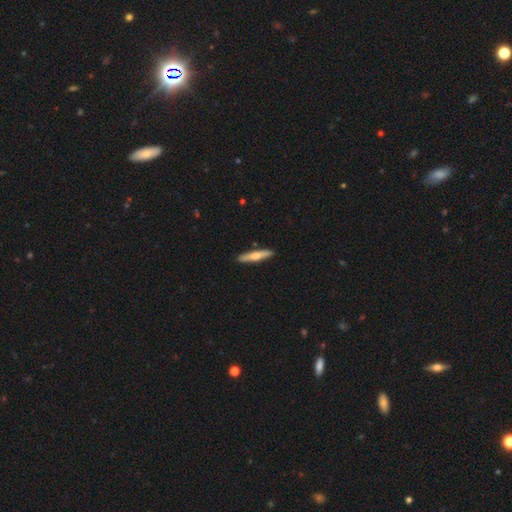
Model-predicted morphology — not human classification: A smooth galaxy with no disk features (53%) that is cigar-shaped (90%).

Vote fractions:
- Smooth or featured? smooth: 53% / featured or disk: 41% / star or artifact: 5%
- How rounded? cigar-shaped: 90% / in between: 9% / round: 2%
- Merging? none: 90% / minor disturbance: 7% / merger: 1% / major disturbance: 1%